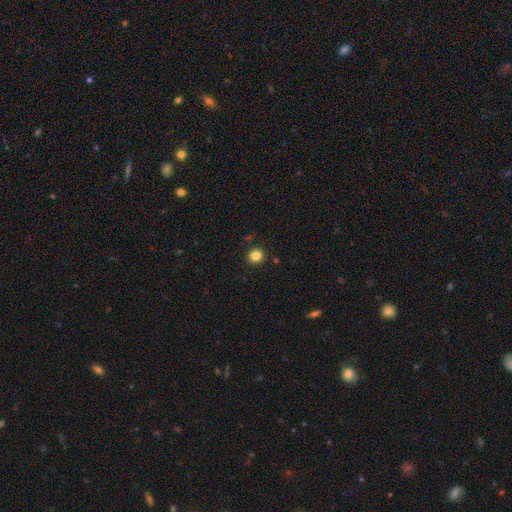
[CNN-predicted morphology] A smooth galaxy with no disk features (84%) that is round (91%). Merging: none (91%).